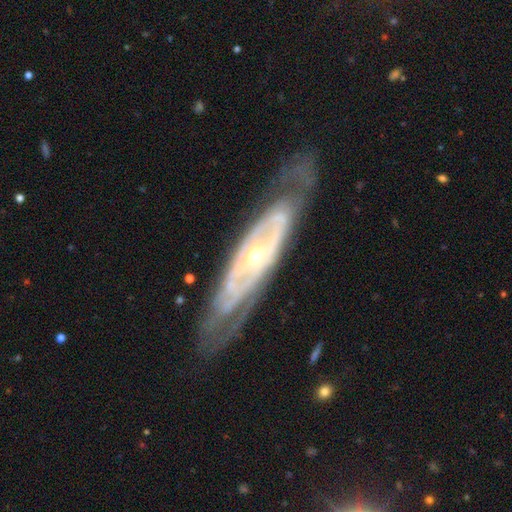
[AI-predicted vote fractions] smooth-or-featured: featured or disk: 84% | smooth: 10% | star or artifact: 6%
  disk-edge-on: no: 75% | yes: 25%
    bar: no: 67% | weak: 21% | strong: 12%
    has-spiral-arms: yes: 79% | no: 21%
    bulge-size: small: 71% | moderate: 25% | large: 1% | none: 1% | dominant: 1%
  merging: none: 72% | minor disturbance: 18% | major disturbance: 9% | merger: 2%